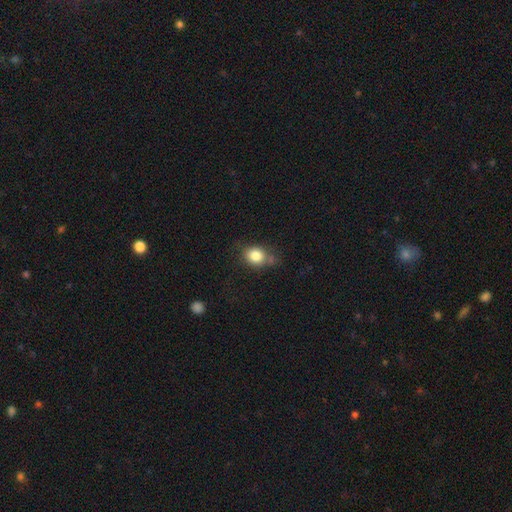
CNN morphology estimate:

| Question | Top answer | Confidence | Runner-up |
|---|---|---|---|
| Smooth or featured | smooth | 82% | star or artifact (10%) |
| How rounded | round | 60% | in between (39%) |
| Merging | none | 63% | minor disturbance (23%) |